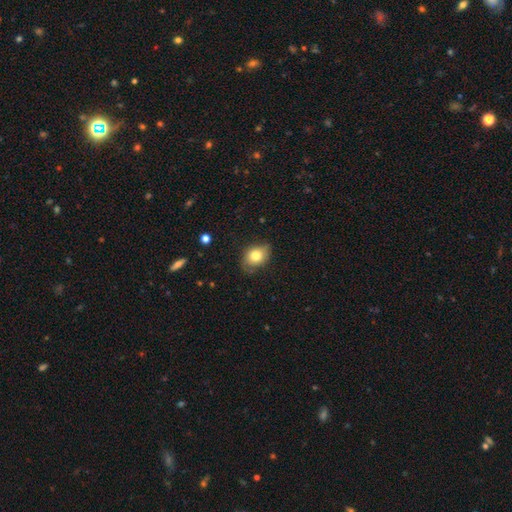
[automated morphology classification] A smooth galaxy with no disk features (75%) that is in between round and cigar-shaped (68%).

Vote fractions:
- Smooth or featured? smooth: 75% / featured or disk: 16% / star or artifact: 8%
- How rounded? in between: 68% / round: 31% / cigar-shaped: 1%
- Merging? none: 69% / minor disturbance: 24% / major disturbance: 5% / merger: 1%